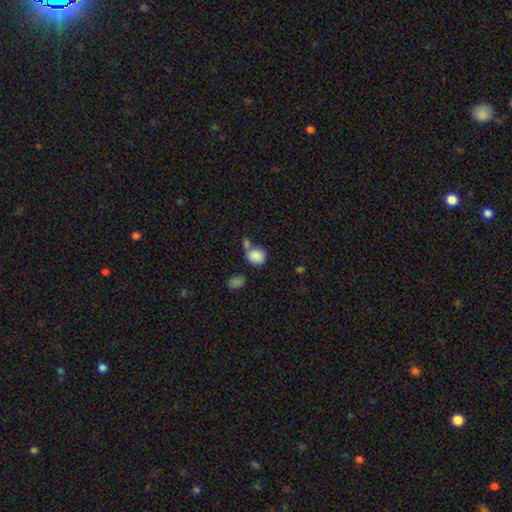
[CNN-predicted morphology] The model was most divided on "merging": none: 41%, merger: 38%, minor disturbance: 14%, major disturbance: 7%. More confident: smooth or featured — smooth (85%); how rounded — round (63%).